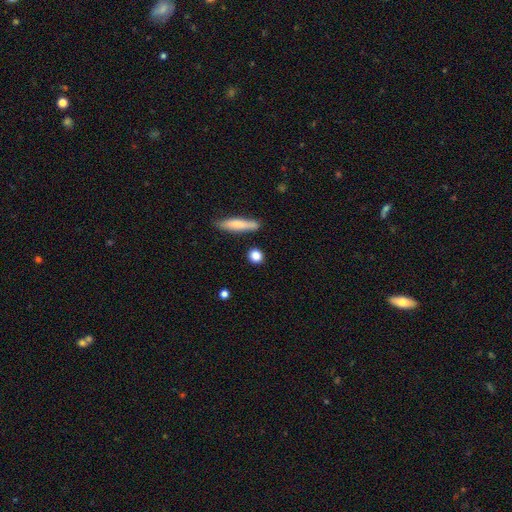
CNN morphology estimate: smooth-or-featured: smooth: 84% | star or artifact: 8% | featured or disk: 8%
  how-rounded: round: 71% | in between: 18% | cigar-shaped: 12%
  merging: none: 85% | minor disturbance: 9% | merger: 4% | major disturbance: 3%